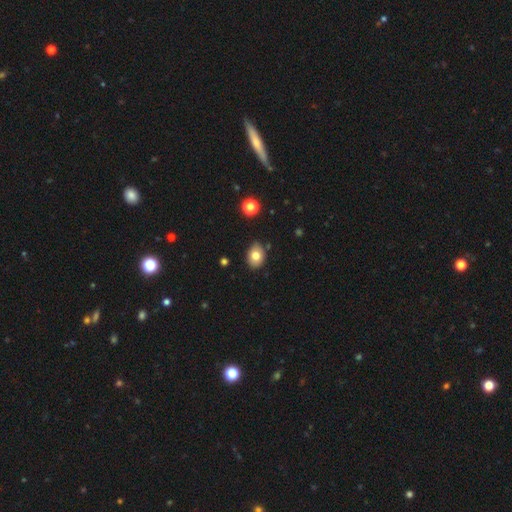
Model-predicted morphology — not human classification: A smooth galaxy with no disk features (77%) that is in between round and cigar-shaped (64%).

Vote fractions:
- Smooth or featured? smooth: 77% / featured or disk: 13% / star or artifact: 10%
- How rounded? in between: 64% / round: 35% / cigar-shaped: 1%
- Merging? none: 83% / minor disturbance: 12% / merger: 2% / major disturbance: 2%